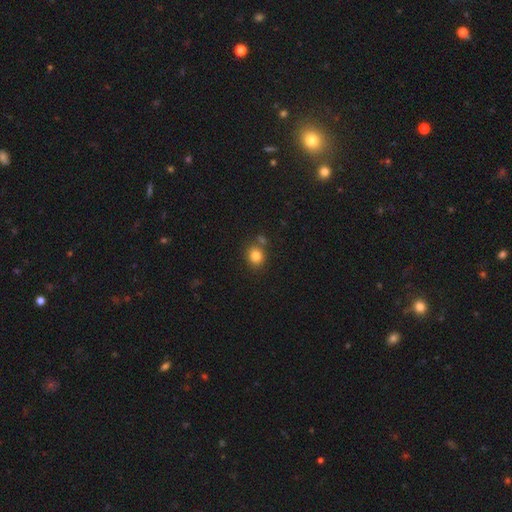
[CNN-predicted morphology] The model was most divided on "how rounded": round: 70%, in between: 29%, cigar-shaped: 1%. More confident: smooth or featured — smooth (83%); merging — none (72%).